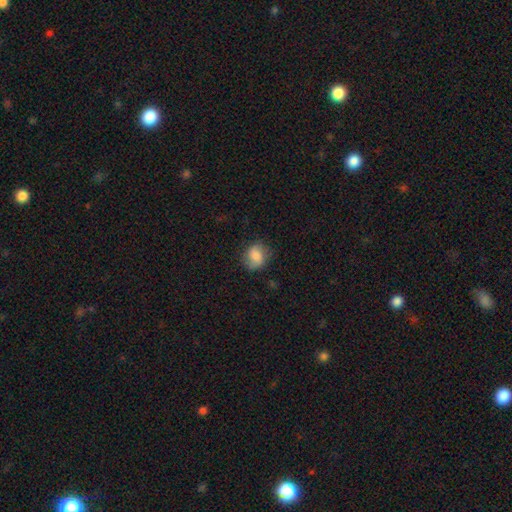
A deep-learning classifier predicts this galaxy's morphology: This appears to be a smooth galaxy with no disk features (70%) that is round (63%). Merging: none (74%).